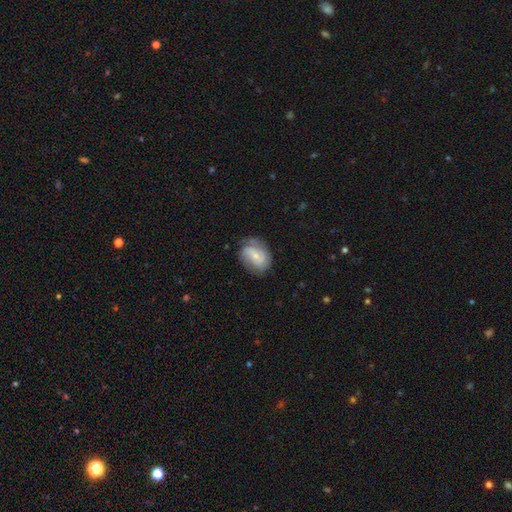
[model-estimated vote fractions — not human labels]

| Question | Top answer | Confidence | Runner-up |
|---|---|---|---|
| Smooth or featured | featured or disk | 59% | smooth (34%) |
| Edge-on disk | no | 97% | yes (3%) |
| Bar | no | 57% | weak (34%) |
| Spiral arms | yes | 84% | no (16%) |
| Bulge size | small | 67% | moderate (28%) |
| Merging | none | 67% | minor disturbance (23%) |